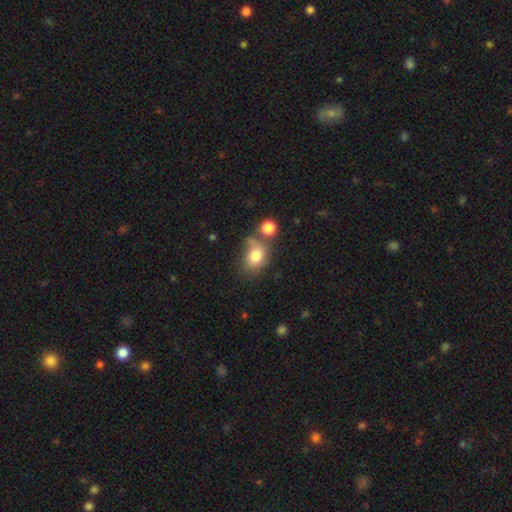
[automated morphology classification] Smooth or featured: smooth — 79% (featured or disk — 11%)
How rounded: in between — 63% (round — 36%)
Merging: none — 43% (merger — 29%)